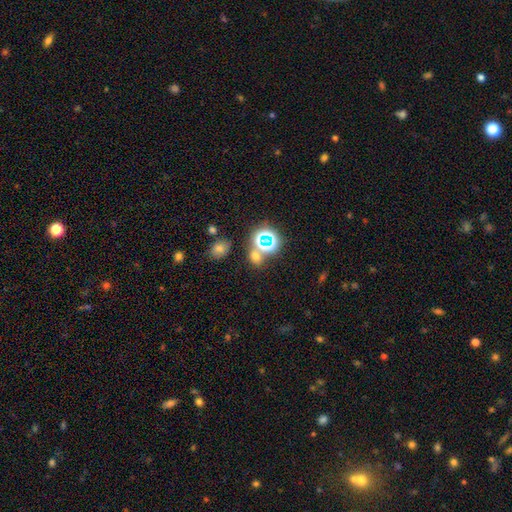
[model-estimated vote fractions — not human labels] The model was most divided on "smooth or featured": smooth: 50%, star or artifact: 43%, featured or disk: 7%. More confident: merging — none (67%).